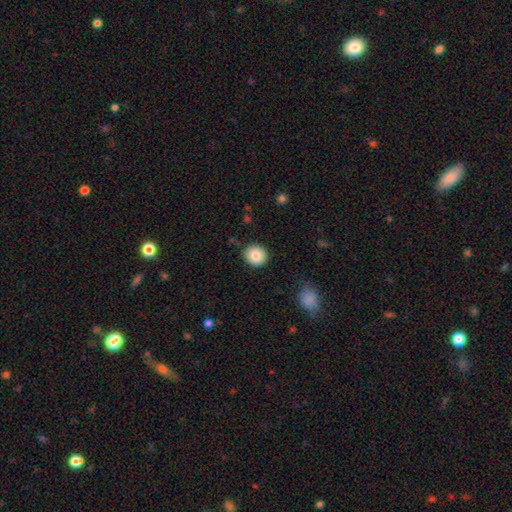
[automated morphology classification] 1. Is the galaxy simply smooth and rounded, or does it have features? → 85% smooth, 8% star or artifact, 7% featured or disk.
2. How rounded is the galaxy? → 79% round, 20% in between, 1% cigar-shaped.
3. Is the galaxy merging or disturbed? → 87% none, 9% minor disturbance, 2% major disturbance, 2% merger.